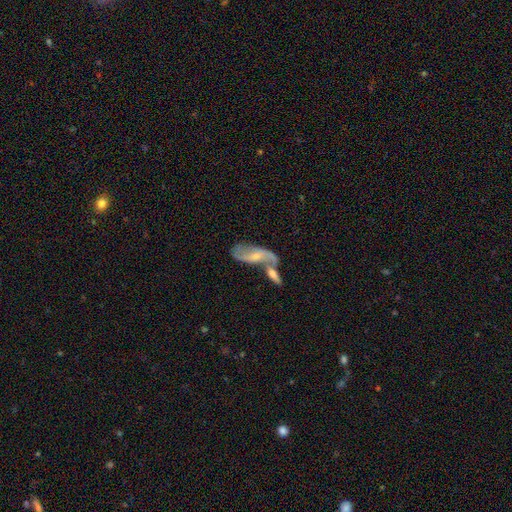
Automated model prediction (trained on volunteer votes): smooth_or_featured: featured or disk (p=0.71) [alt: smooth p=0.22]
disk_edge_on: no (p=0.88) [alt: yes p=0.12]
bar: no (p=0.45) [alt: weak p=0.41]
has_spiral_arms: yes (p=0.85) [alt: no p=0.15]
spiral_winding: loose (p=0.71) [alt: medium p=0.22]
spiral_arm_count: 2 (p=0.85) [alt: can't tell p=0.07]
bulge_size: small (p=0.54) [alt: moderate p=0.33]
merging: merger (p=0.53) [alt: none p=0.26]